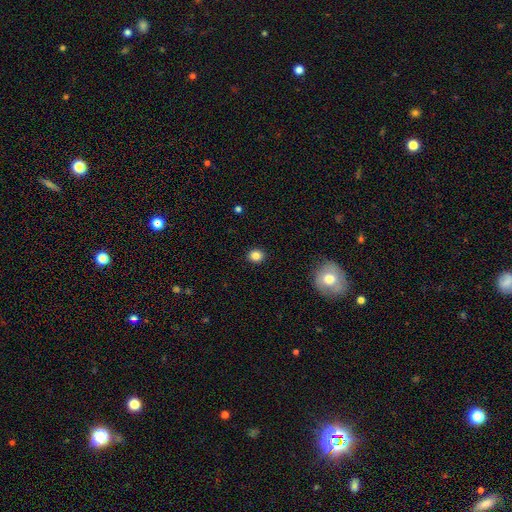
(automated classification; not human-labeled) Smooth or featured: smooth — 84% (star or artifact — 11%)
How rounded: round — 77% (in between — 22%)
Merging: none — 91% (minor disturbance — 6%)